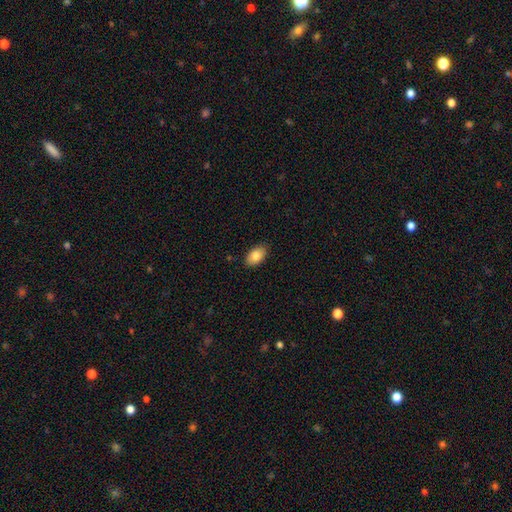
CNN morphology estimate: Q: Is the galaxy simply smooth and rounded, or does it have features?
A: smooth — 83%.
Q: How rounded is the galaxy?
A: in between — 93%.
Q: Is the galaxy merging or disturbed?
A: none — 87%.